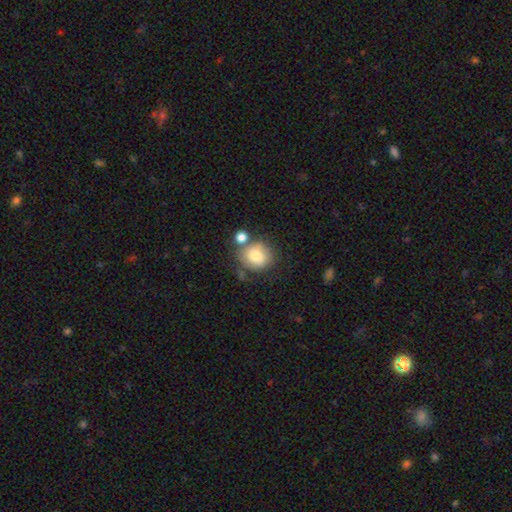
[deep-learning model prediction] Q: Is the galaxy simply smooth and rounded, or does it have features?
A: smooth — 76%.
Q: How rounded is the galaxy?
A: round — 77%.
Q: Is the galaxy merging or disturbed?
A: none — 57%.